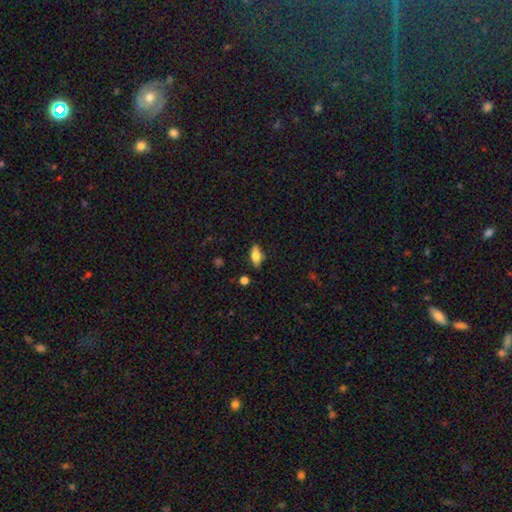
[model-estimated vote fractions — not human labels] Smooth or featured? smooth (74%)
How rounded? in between (84%)
Merging? none (79%)